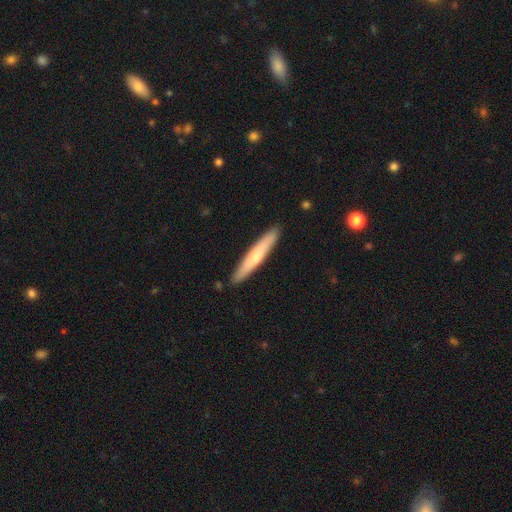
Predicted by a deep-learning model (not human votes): Overall: smooth (58%; featured or disk 38%). How rounded: cigar-shaped (94%). Merging: none (90%).